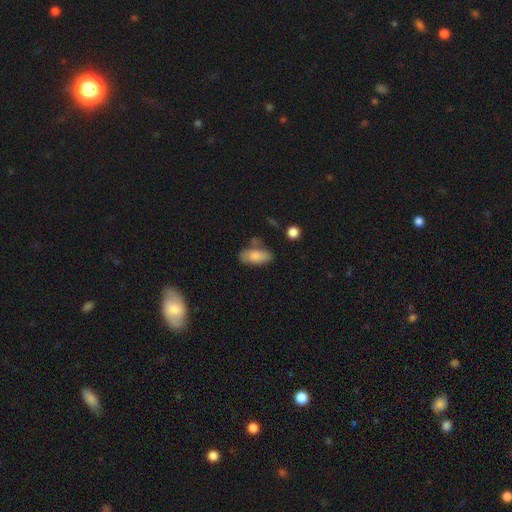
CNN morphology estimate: Smooth or featured? Predicted: smooth (p=0.80). How rounded? Predicted: in between (p=0.89). Merging? Predicted: none (p=0.64).